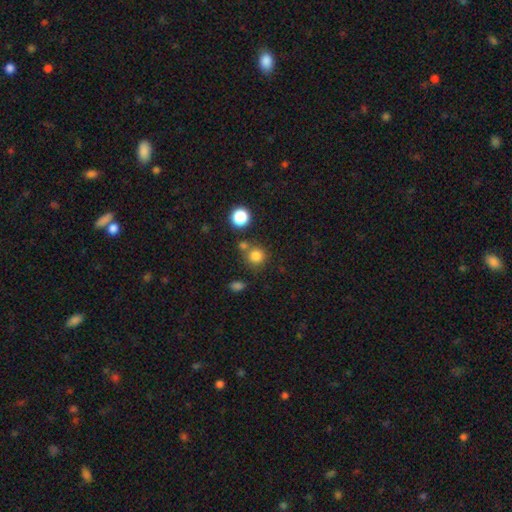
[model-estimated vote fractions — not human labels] Smooth or featured? Predicted: smooth (p=0.81). How rounded? Predicted: round (p=0.90). Merging? Predicted: none (p=0.70).